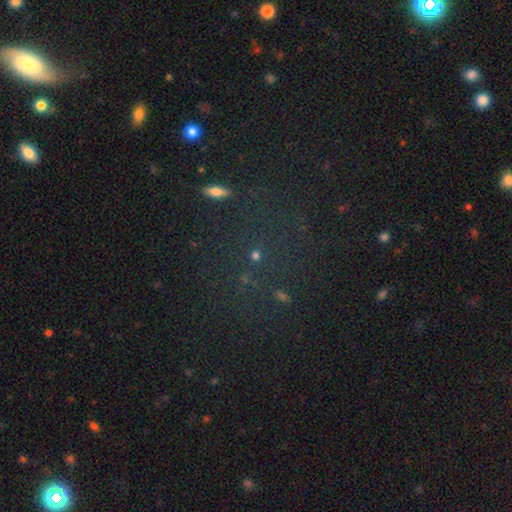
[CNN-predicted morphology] Smooth or featured: smooth — 45% (star or artifact — 43%)
Merging: none — 80% (minor disturbance — 10%)